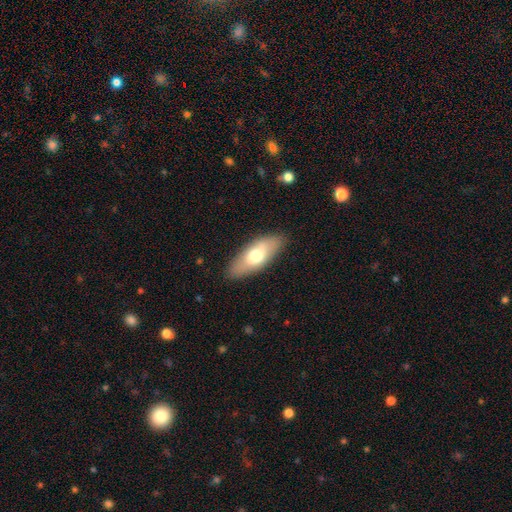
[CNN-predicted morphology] Smooth or featured?
  - smooth: 66% *
  - featured or disk: 28%
  - star or artifact: 6%
How rounded?
  - in between: 77% *
  - cigar-shaped: 21%
  - round: 3%
Merging?
  - none: 85% *
  - minor disturbance: 11%
  - major disturbance: 3%
  - merger: 1%